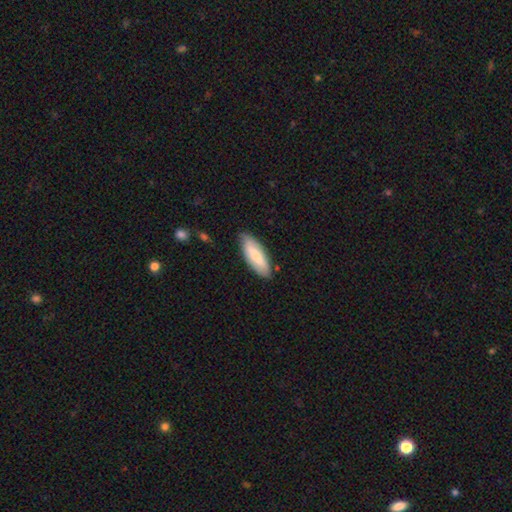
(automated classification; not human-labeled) Smooth or featured? smooth (71%)
How rounded? in between (70%)
Merging? none (81%)